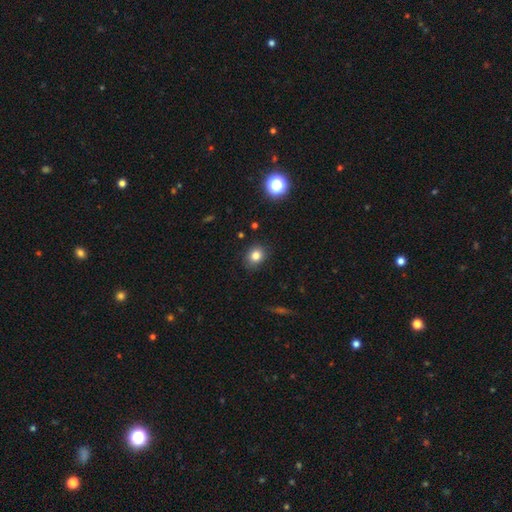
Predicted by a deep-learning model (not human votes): Smooth or featured?
  - smooth: 82% *
  - star or artifact: 12%
  - featured or disk: 6%
How rounded?
  - round: 60% *
  - in between: 39%
  - cigar-shaped: 1%
Merging?
  - none: 85% *
  - minor disturbance: 11%
  - major disturbance: 3%
  - merger: 1%